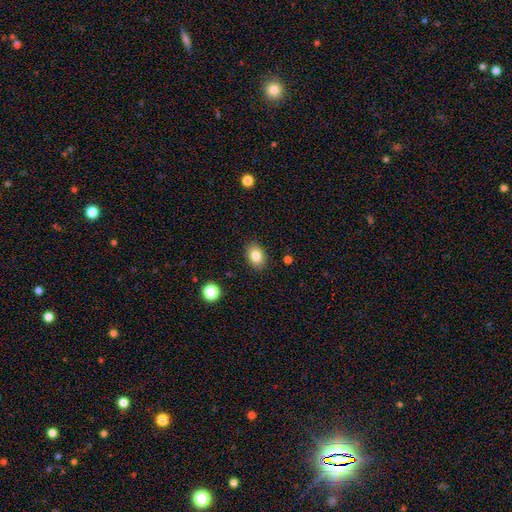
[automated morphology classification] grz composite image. It shows a smooth galaxy with no disk features (83%) that is in between round and cigar-shaped (68%). Merging: none (88%).